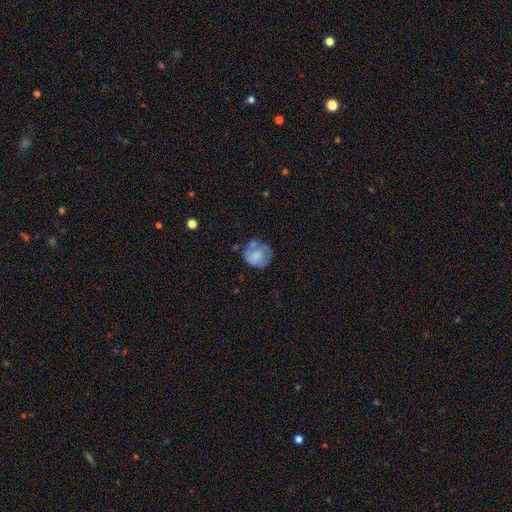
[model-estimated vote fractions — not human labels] Smooth or featured: smooth — 58% (featured or disk — 33%)
How rounded: round — 72% (in between — 27%)
Merging: none — 45% (minor disturbance — 27%)